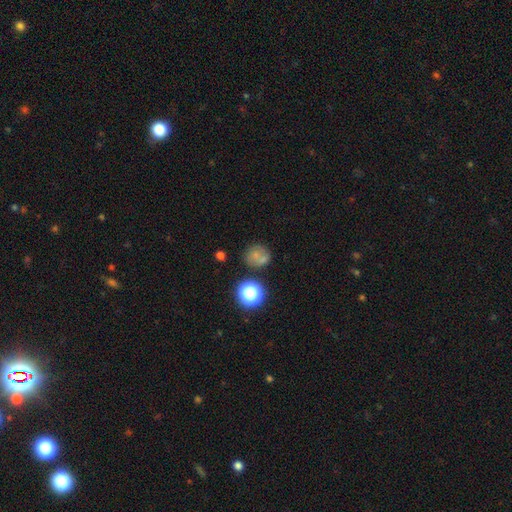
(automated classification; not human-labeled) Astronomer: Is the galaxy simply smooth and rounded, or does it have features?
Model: smooth — 66%.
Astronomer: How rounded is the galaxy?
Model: round — 80%.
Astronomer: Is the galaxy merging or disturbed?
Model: none — 58%.